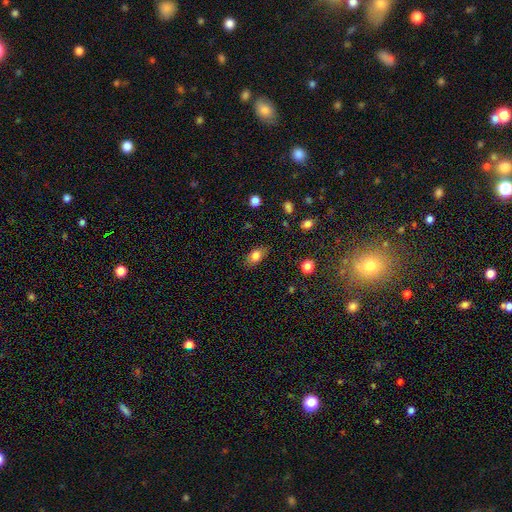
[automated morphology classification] A smooth galaxy with no disk features (79%) that is in between round and cigar-shaped (82%).

Vote fractions:
- Smooth or featured? smooth: 79% / featured or disk: 12% / star or artifact: 9%
- How rounded? in between: 82% / round: 14% / cigar-shaped: 4%
- Merging? none: 80% / minor disturbance: 15% / major disturbance: 3% / merger: 1%